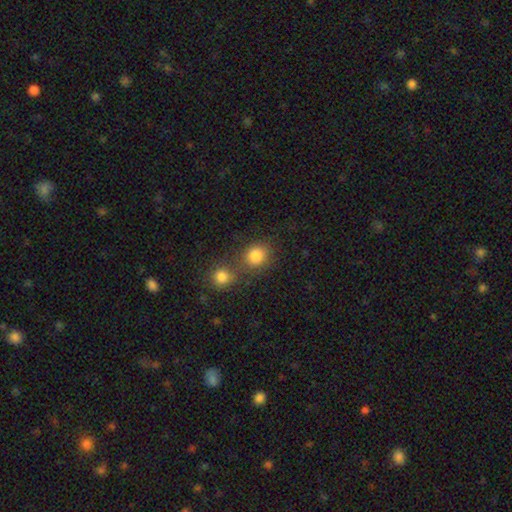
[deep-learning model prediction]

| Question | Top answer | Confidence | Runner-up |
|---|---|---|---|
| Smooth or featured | smooth | 83% | star or artifact (12%) |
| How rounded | round | 80% | in between (19%) |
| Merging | none | 55% | merger (33%) |